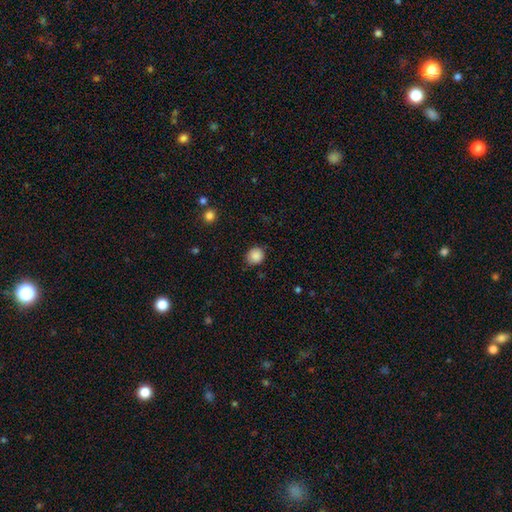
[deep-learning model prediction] Smooth or featured?
  - smooth: 87% *
  - star or artifact: 10%
  - featured or disk: 3%
How rounded?
  - round: 80% *
  - in between: 19%
  - cigar-shaped: 1%
Merging?
  - none: 83% *
  - minor disturbance: 13%
  - major disturbance: 3%
  - merger: 1%